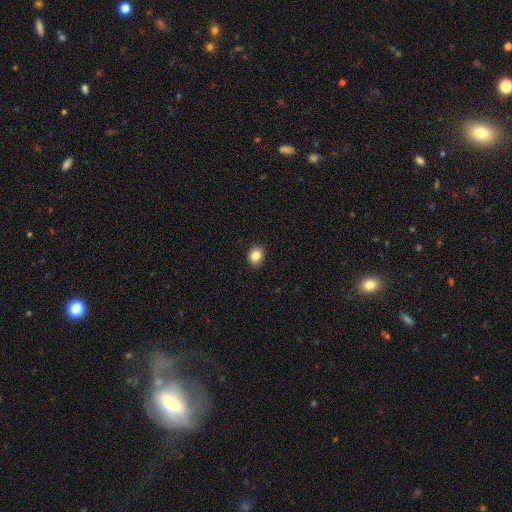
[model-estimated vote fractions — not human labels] Smooth or featured?
  - smooth: 85% *
  - star or artifact: 10%
  - featured or disk: 5%
How rounded?
  - round: 61% *
  - in between: 38%
  - cigar-shaped: 1%
Merging?
  - none: 91% *
  - minor disturbance: 7%
  - major disturbance: 2%
  - merger: 1%